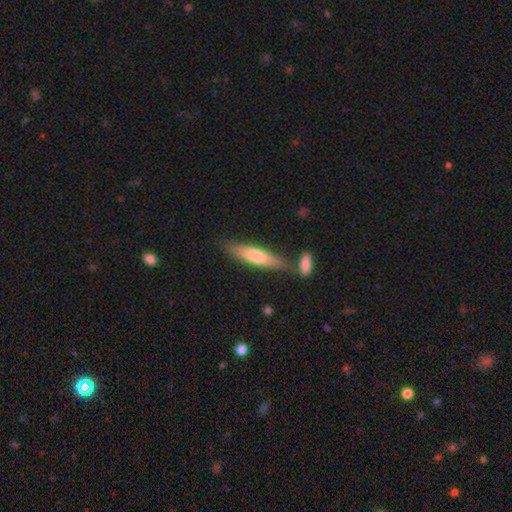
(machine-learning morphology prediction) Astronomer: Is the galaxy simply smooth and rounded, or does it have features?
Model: smooth — 60%.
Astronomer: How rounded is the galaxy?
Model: cigar-shaped — 79%.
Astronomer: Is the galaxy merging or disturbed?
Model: none — 73%.